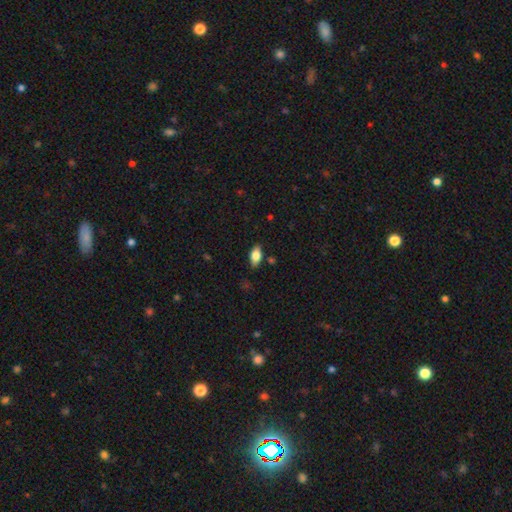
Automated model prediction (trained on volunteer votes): Overall: smooth (78%). How rounded: in between (90%). Merging: none (85%).